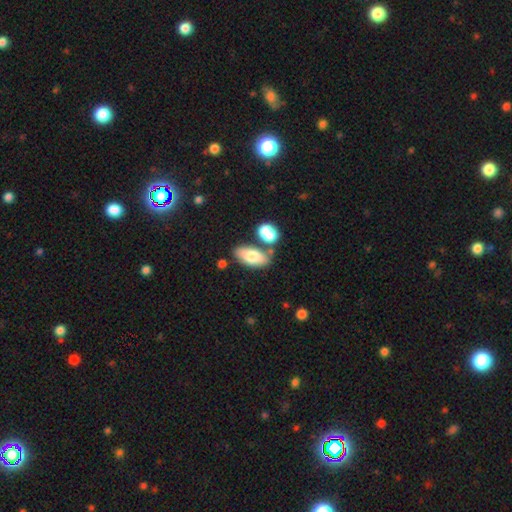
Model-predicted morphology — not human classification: Smooth or featured? smooth (74%)
How rounded? in between (88%)
Merging? none (65%)